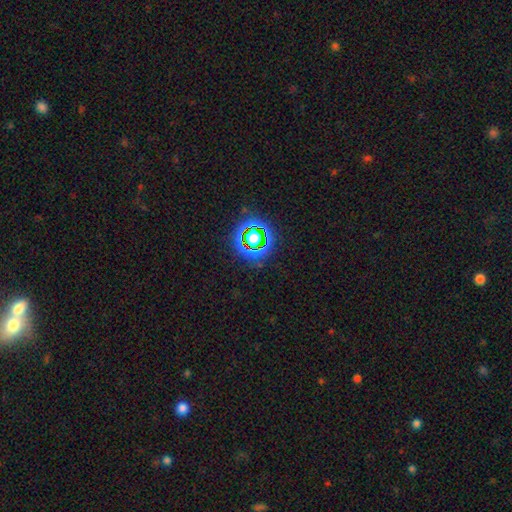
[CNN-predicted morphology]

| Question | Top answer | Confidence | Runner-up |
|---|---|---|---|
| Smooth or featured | star or artifact | 64% | smooth (28%) |